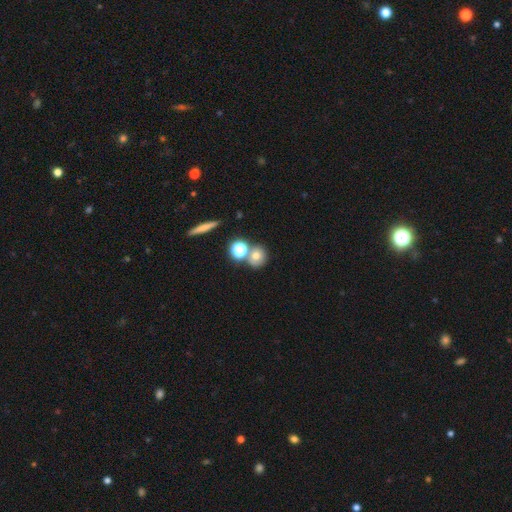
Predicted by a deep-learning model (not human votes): Smooth or featured? Predicted: smooth (p=0.70). How rounded? Predicted: round (p=0.79). Merging? Predicted: none (p=0.59).